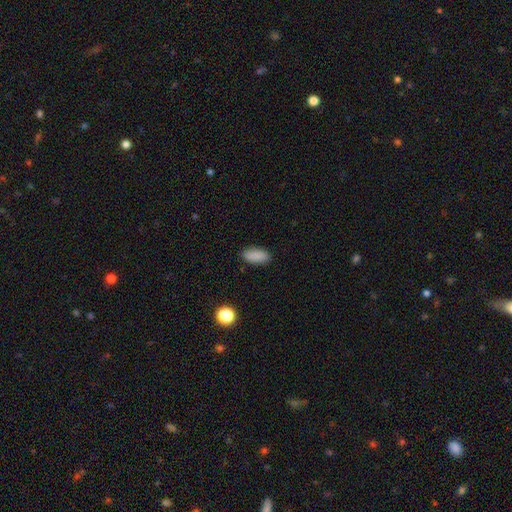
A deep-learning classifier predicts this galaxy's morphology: This is clearly a smooth galaxy (88%). How rounded: clearly in between (87%). Merging: clearly none (89%).